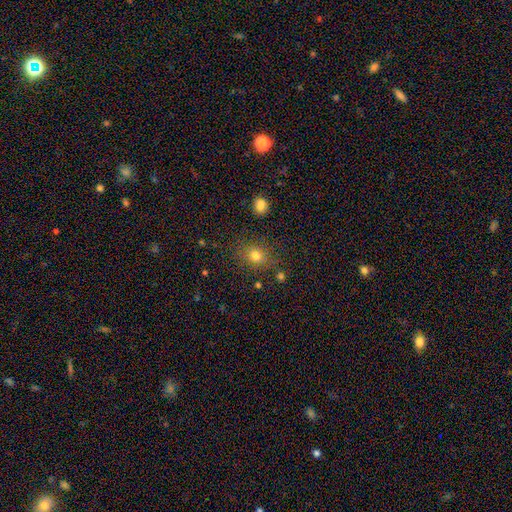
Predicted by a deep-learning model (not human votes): Smooth or featured?
  - smooth: 77% *
  - star or artifact: 15%
  - featured or disk: 8%
How rounded?
  - round: 62% *
  - in between: 37%
  - cigar-shaped: 1%
Merging?
  - none: 80% *
  - minor disturbance: 12%
  - major disturbance: 4%
  - merger: 4%